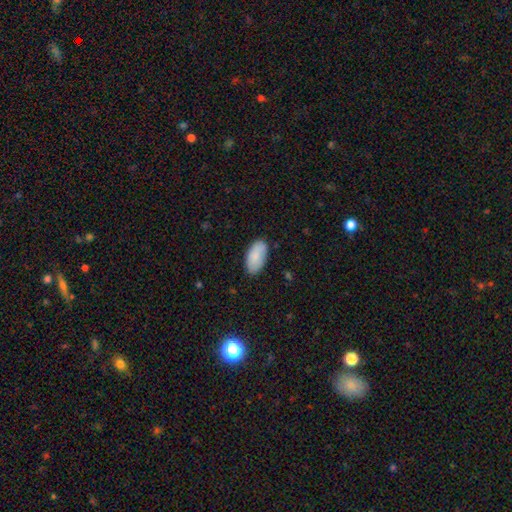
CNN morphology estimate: This is clearly a smooth galaxy (86%). How rounded: clearly in between (95%). Merging: clearly none (83%).